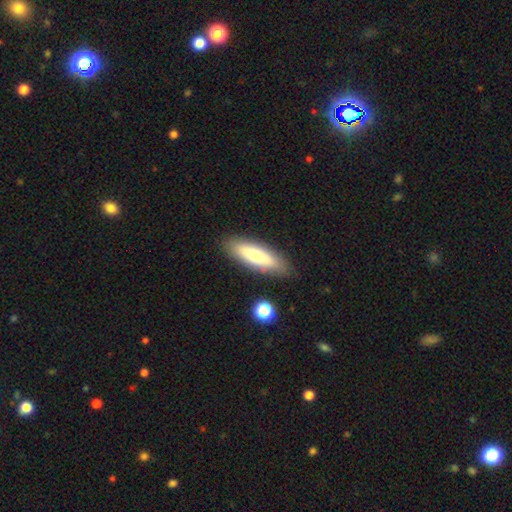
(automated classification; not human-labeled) Q: Smooth or featured?
A: smooth (70%); runner-up: featured or disk (23%)
Q: How rounded?
A: cigar-shaped (54%); runner-up: in between (44%)
Q: Merging?
A: none (83%); runner-up: minor disturbance (11%)